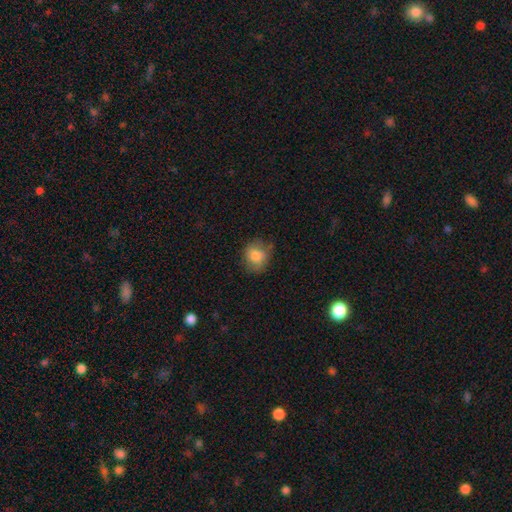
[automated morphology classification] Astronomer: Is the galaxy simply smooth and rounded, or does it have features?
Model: smooth — 79%.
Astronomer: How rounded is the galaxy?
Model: round — 74%.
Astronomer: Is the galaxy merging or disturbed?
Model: none — 66%.